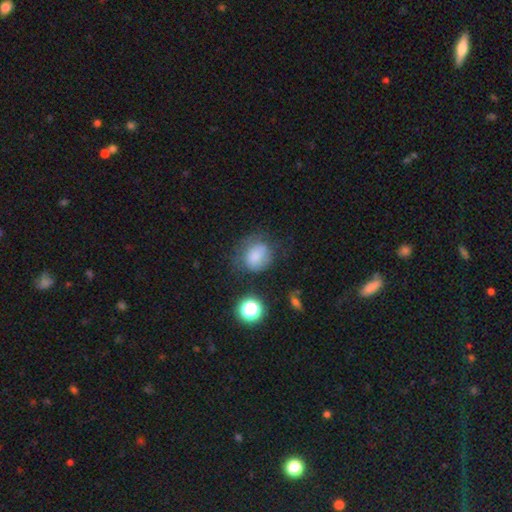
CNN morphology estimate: smooth_or_featured: smooth (p=0.72) [alt: featured or disk p=0.15]
how_rounded: round (p=0.69) [alt: in between p=0.30]
merging: none (p=0.50) [alt: minor disturbance p=0.28]